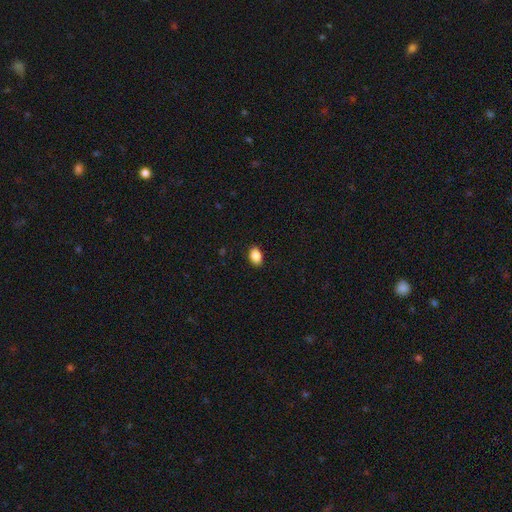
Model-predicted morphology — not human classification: This appears to be a smooth galaxy with no disk features (89%) that is in between round and cigar-shaped (83%). Merging: none (90%).